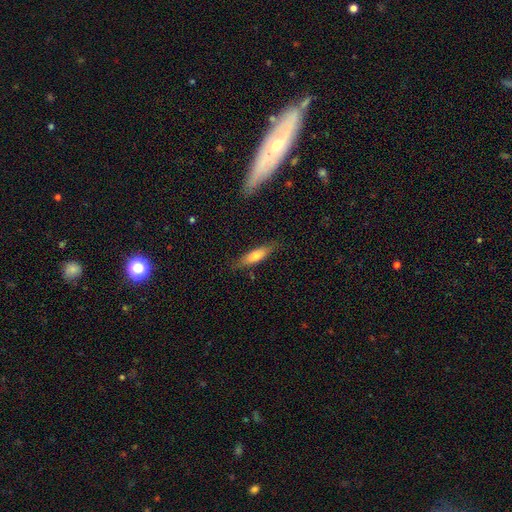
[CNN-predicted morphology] Q: Smooth or featured?
A: smooth (68%); runner-up: featured or disk (26%)
Q: How rounded?
A: cigar-shaped (65%); runner-up: in between (33%)
Q: Merging?
A: none (81%); runner-up: minor disturbance (13%)